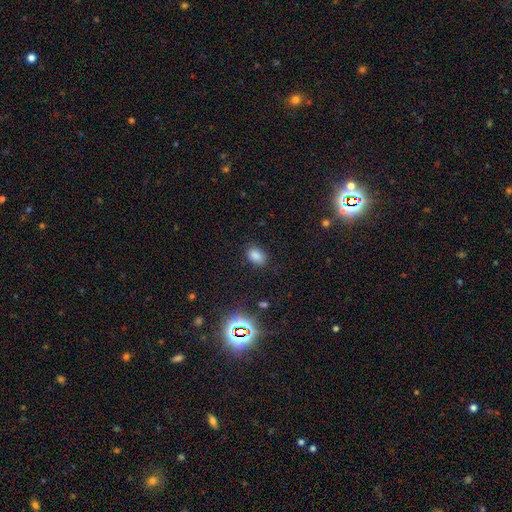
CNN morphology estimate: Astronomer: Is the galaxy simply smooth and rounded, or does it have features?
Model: smooth — 81%.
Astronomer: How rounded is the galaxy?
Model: in between — 81%.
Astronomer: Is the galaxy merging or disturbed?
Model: none — 84%.